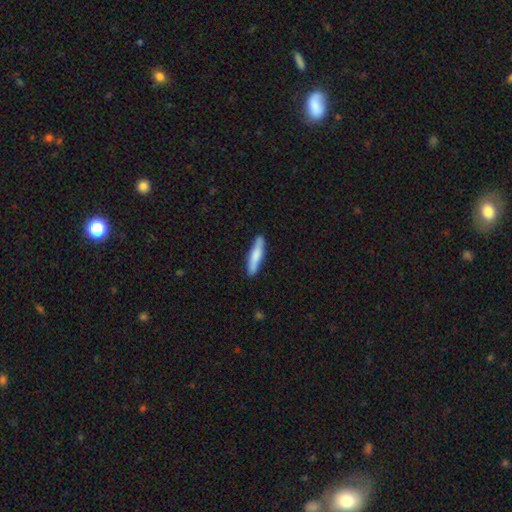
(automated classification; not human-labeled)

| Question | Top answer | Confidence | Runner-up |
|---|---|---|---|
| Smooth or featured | smooth | 74% | featured or disk (21%) |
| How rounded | cigar-shaped | 87% | in between (12%) |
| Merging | none | 88% | minor disturbance (9%) |